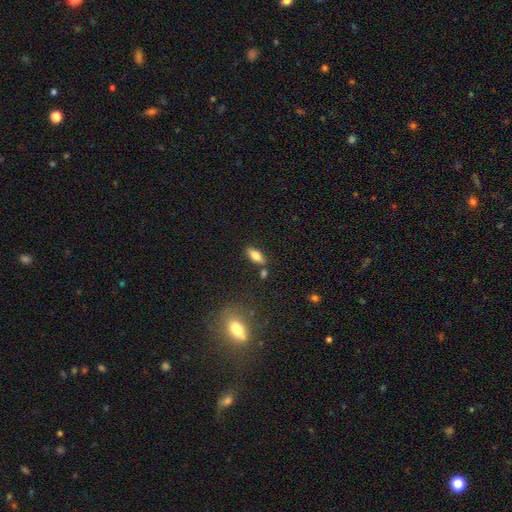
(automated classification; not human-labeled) smooth-or-featured: smooth: 69% | featured or disk: 23% | star or artifact: 8%
  how-rounded: in between: 78% | cigar-shaped: 19% | round: 3%
  merging: none: 79% | minor disturbance: 12% | merger: 7% | major disturbance: 3%